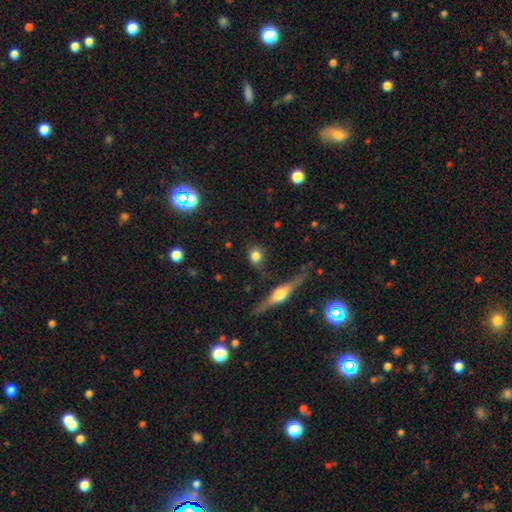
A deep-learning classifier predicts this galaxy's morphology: This appears to be a smooth galaxy with no disk features (77%) that is round (76%). Merging: none (79%).